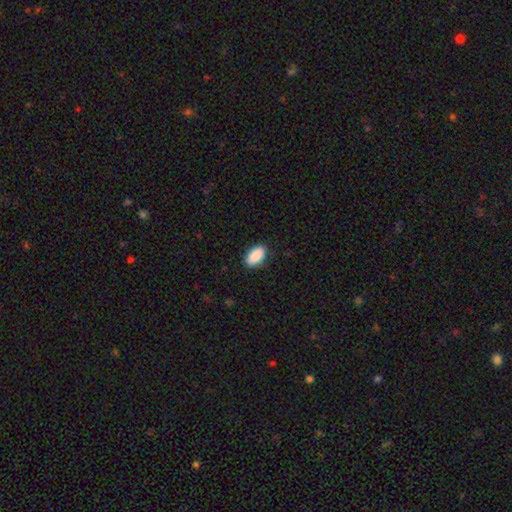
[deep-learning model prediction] Overall: smooth (90%). How rounded: in between (94%). Merging: none (87%).